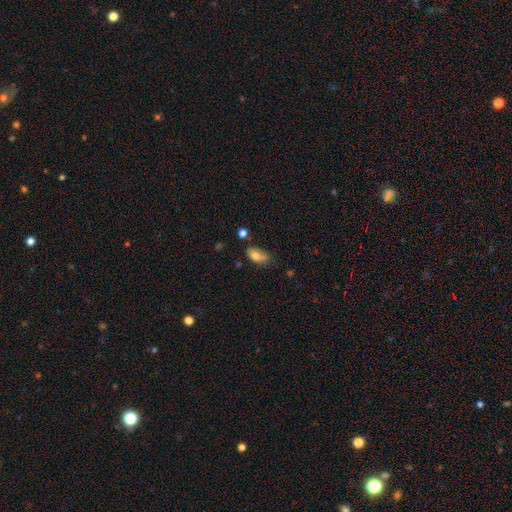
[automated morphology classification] The model was most divided on "merging": none: 51%, minor disturbance: 31%, major disturbance: 9%, merger: 9%. More confident: how rounded — in between (88%); smooth or featured — smooth (76%).